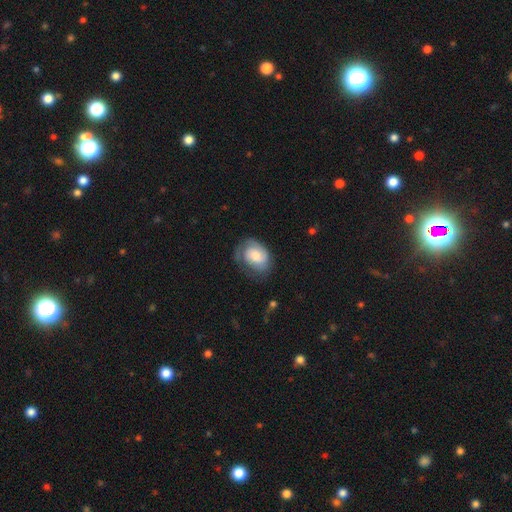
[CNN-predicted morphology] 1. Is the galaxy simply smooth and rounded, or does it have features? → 53% featured or disk, 40% smooth, 7% star or artifact.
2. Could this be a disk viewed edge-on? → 97% no, 3% yes.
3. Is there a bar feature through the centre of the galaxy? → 65% no, 29% weak, 6% strong.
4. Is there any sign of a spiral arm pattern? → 83% yes, 17% no.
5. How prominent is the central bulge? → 39% moderate, 26% large, 23% small, 8% none, 4% dominant.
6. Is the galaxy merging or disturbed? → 56% none, 27% minor disturbance, 16% major disturbance, 2% merger.